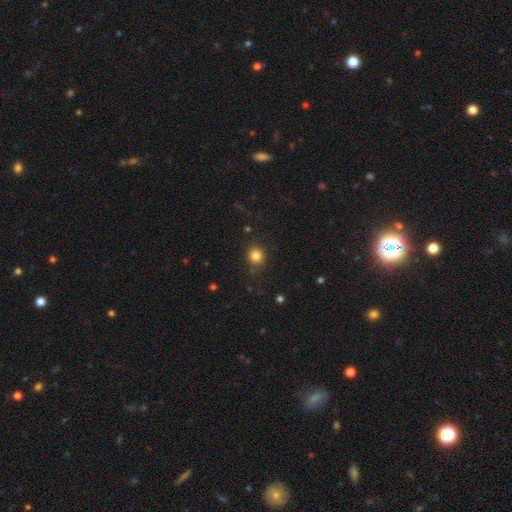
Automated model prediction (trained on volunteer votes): smooth-or-featured: smooth: 83% | star or artifact: 12% | featured or disk: 5%
  how-rounded: round: 88% | in between: 11% | cigar-shaped: 1%
  merging: none: 87% | minor disturbance: 9% | major disturbance: 3% | merger: 1%